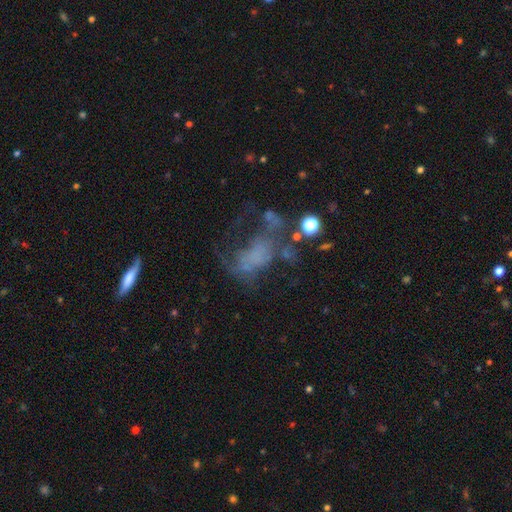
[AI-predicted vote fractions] Smooth or featured? featured or disk (48%)
Merging? major disturbance (45%)